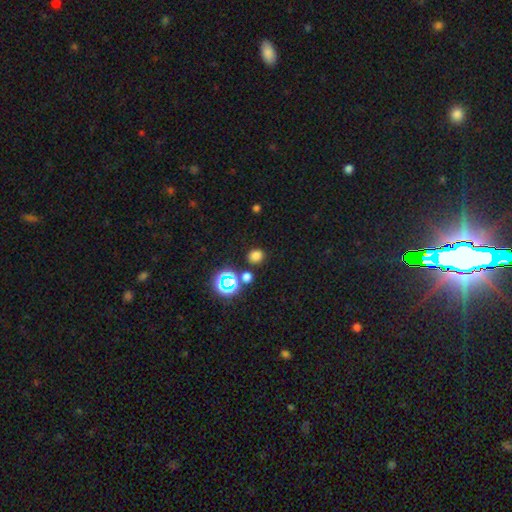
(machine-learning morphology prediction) This appears to be a smooth galaxy with no disk features (75%) that is round (78%). Merging: none (84%).